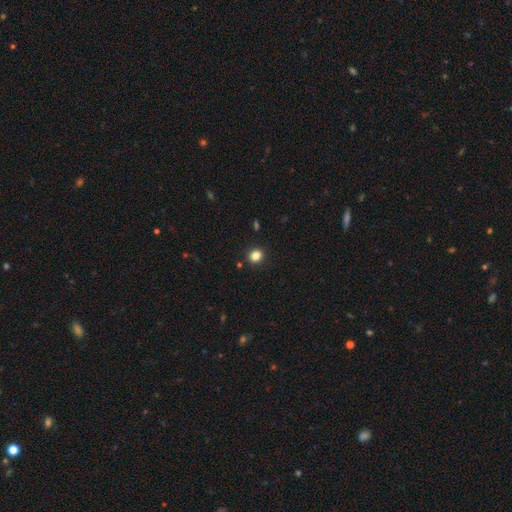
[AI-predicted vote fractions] A smooth galaxy with no disk features (84%) that is round (76%). Merging: none (90%).